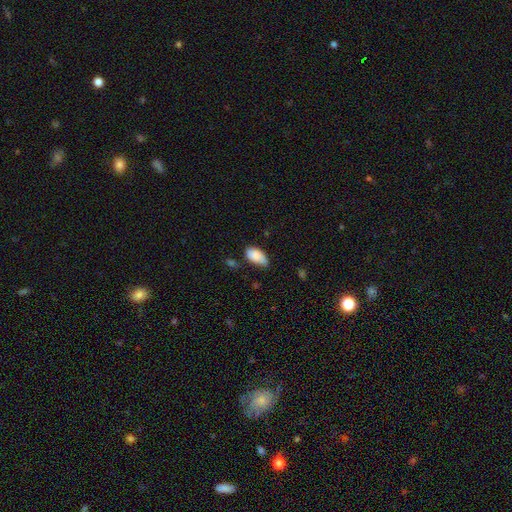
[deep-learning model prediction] smooth 86%, featured or disk 7%, star or artifact 7%. Down the decision tree: how rounded — in between (94%); merging — none (48%).